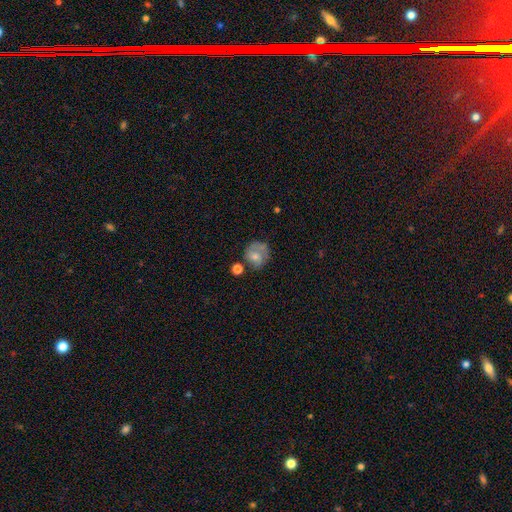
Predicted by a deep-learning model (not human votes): Smooth or featured?
  - smooth: 48% *
  - featured or disk: 43%
  - star or artifact: 9%
Merging?
  - none: 50% *
  - minor disturbance: 24%
  - major disturbance: 16%
  - merger: 10%